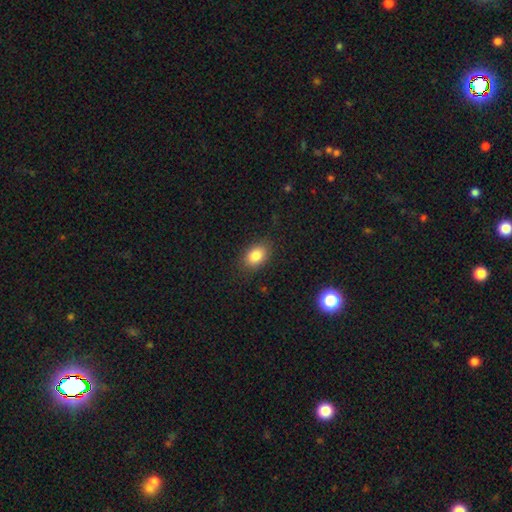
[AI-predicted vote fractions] A smooth galaxy with no disk features (84%) that is in between round and cigar-shaped (81%).

Vote fractions:
- Smooth or featured? smooth: 84% / star or artifact: 9% / featured or disk: 7%
- How rounded? in between: 81% / round: 18% / cigar-shaped: 1%
- Merging? none: 84% / minor disturbance: 11% / major disturbance: 3% / merger: 1%